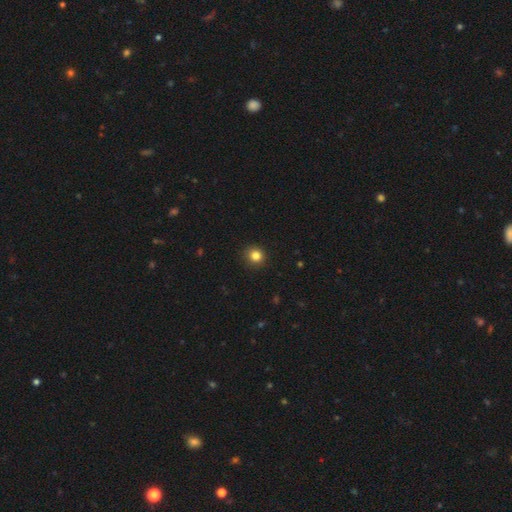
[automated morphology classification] Overall: smooth (83%). How rounded: round (89%). Merging: none (91%).